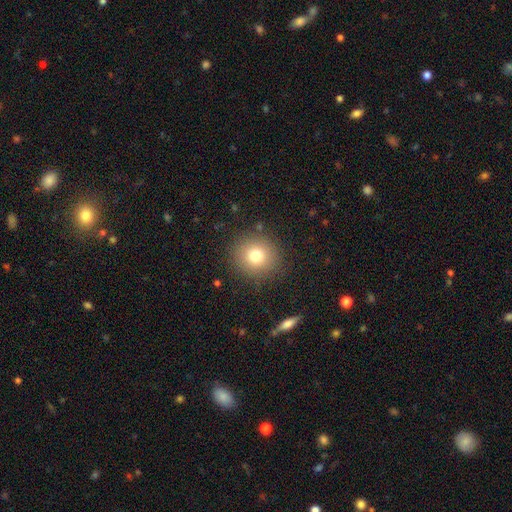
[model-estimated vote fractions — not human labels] Smooth or featured?
  - smooth: 76% *
  - star or artifact: 13%
  - featured or disk: 11%
How rounded?
  - round: 89% *
  - in between: 10%
  - cigar-shaped: 1%
Merging?
  - none: 88% *
  - minor disturbance: 8%
  - major disturbance: 3%
  - merger: 2%